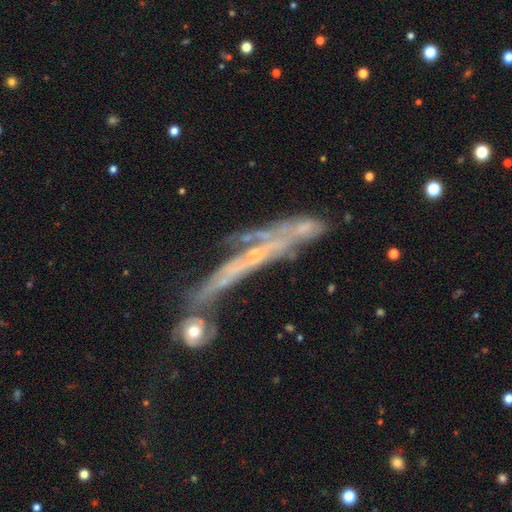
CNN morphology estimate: The model was most divided on "merging": none: 32%, merger: 30%, major disturbance: 21%, minor disturbance: 17%. More confident: smooth or featured — featured or disk (66%); edge-on disk — yes (63%).